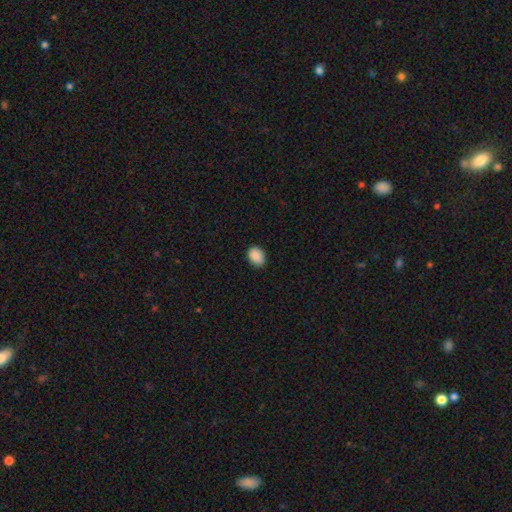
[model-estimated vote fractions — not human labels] smooth_or_featured: smooth (p=0.89) [alt: star or artifact p=0.08]
how_rounded: in between (p=0.68) [alt: round p=0.31]
merging: none (p=0.83) [alt: minor disturbance p=0.14]